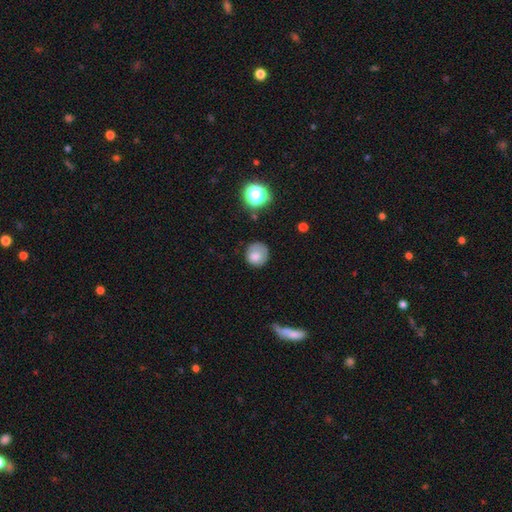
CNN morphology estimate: Overall: smooth (76%). How rounded: round (85%). Merging: none (65%).